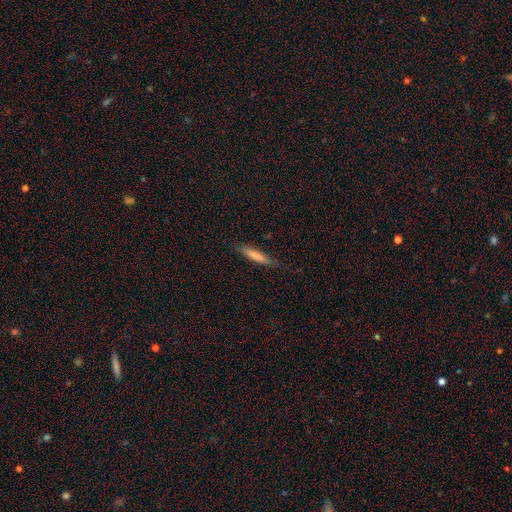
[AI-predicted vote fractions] Morphology: type=smooth (75%); roundness=cigar-shaped (87%); merging=none (83%).